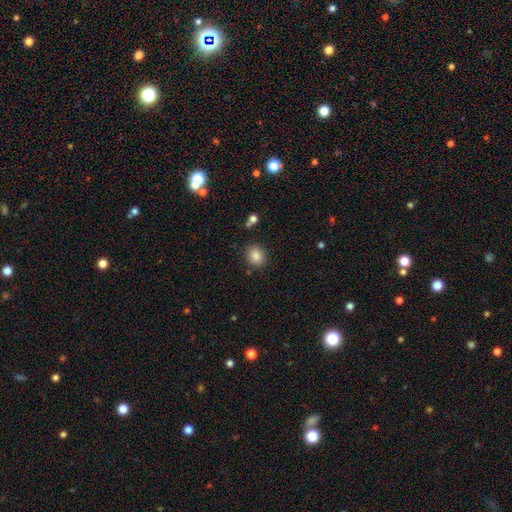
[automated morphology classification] smooth 86%, star or artifact 9%, featured or disk 5%. Down the decision tree: how rounded — round (59%); merging — none (85%).